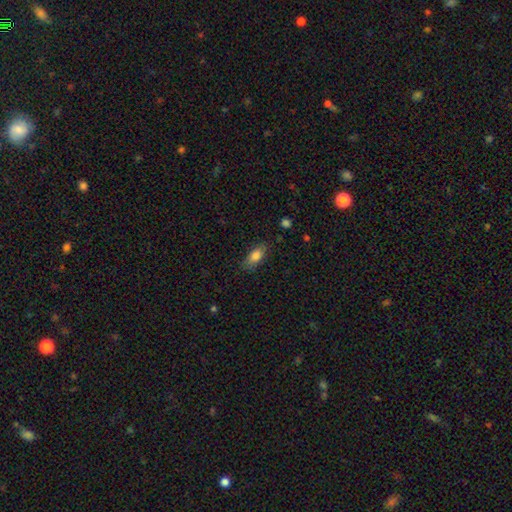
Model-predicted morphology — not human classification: smooth_or_featured: smooth (p=0.81) [alt: featured or disk p=0.11]
how_rounded: in between (p=0.82) [alt: cigar-shaped p=0.13]
merging: none (p=0.80) [alt: minor disturbance p=0.15]